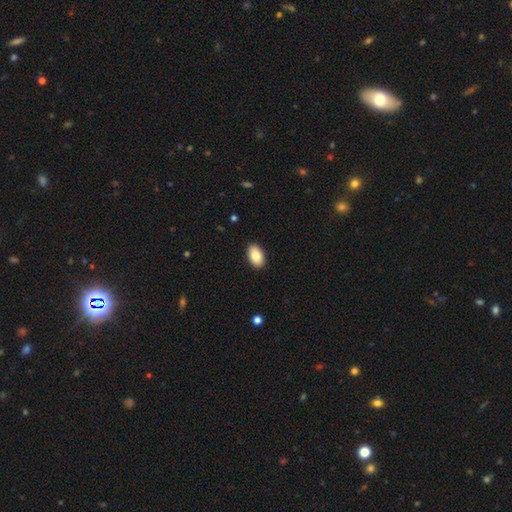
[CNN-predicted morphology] The model was most divided on "smooth or featured": smooth: 85%, featured or disk: 9%, star or artifact: 7%. More confident: how rounded — in between (94%); merging — none (90%).